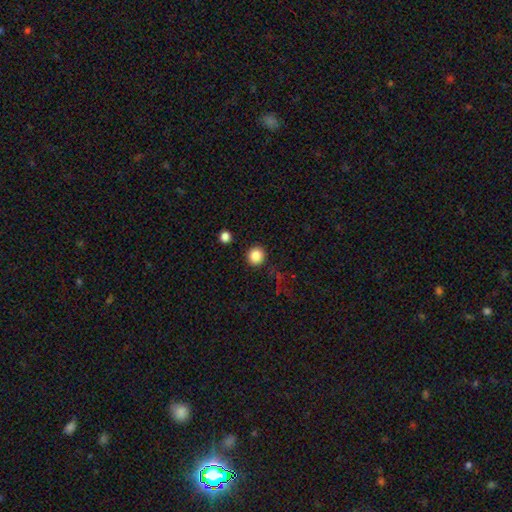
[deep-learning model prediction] smooth 86%, star or artifact 10%, featured or disk 4%. Down the decision tree: how rounded — round (93%); merging — none (90%).